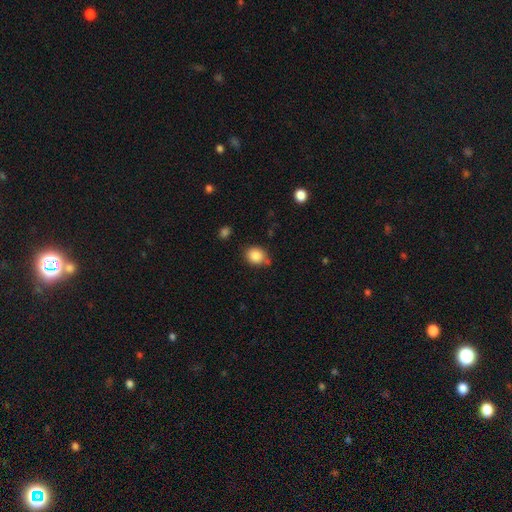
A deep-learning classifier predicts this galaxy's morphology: smooth 86%, star or artifact 9%, featured or disk 5%. Down the decision tree: how rounded — round (69%); merging — none (64%).